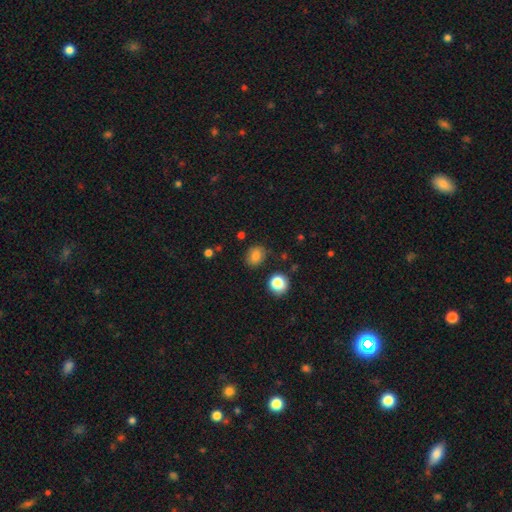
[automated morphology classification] Smooth or featured?
  - smooth: 81% *
  - star or artifact: 12%
  - featured or disk: 7%
How rounded?
  - round: 53% *
  - in between: 46%
  - cigar-shaped: 1%
Merging?
  - none: 81% *
  - minor disturbance: 13%
  - major disturbance: 3%
  - merger: 3%